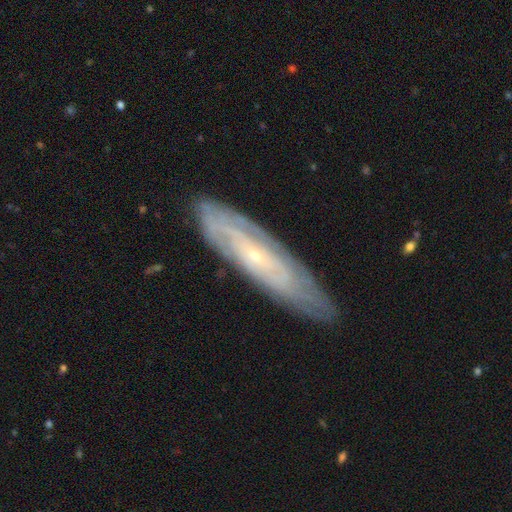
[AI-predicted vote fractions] This is likely a featured or disk galaxy (77%). It is likely not viewed edge-on (72%). Bar: likely no (69%). Spiral arm pattern: clearly yes (88%). Central bulge: clearly small (84%). Merging: likely none (80%).